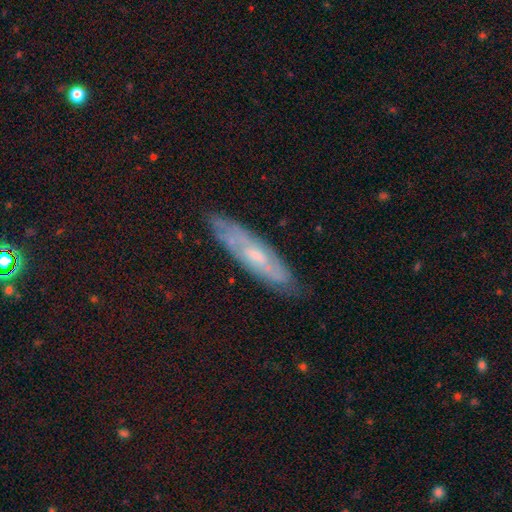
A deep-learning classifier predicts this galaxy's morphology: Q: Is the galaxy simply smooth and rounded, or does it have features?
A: featured or disk — 62%.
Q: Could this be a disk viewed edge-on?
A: no — 61%.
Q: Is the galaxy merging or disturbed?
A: none — 79%.